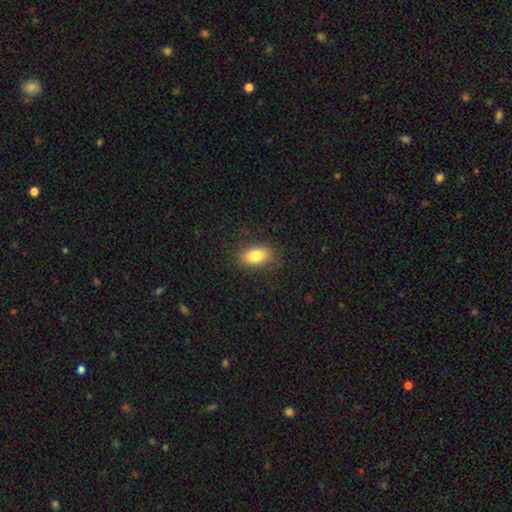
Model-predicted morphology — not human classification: smooth_or_featured: smooth (p=0.83) [alt: featured or disk p=0.09]
how_rounded: in between (p=0.88) [alt: round p=0.09]
merging: none (p=0.85) [alt: minor disturbance p=0.11]